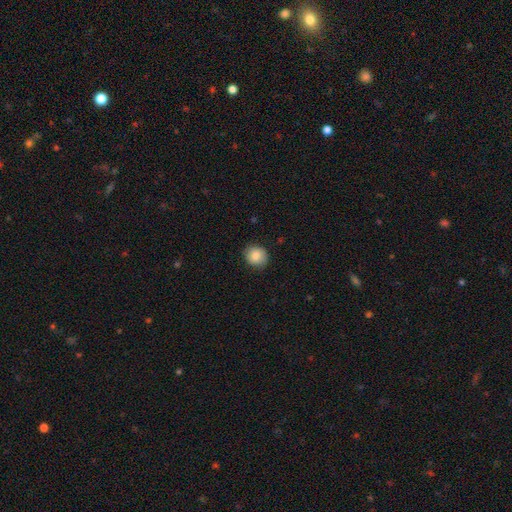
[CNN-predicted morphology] smooth-or-featured: smooth: 85% | star or artifact: 8% | featured or disk: 7%
  how-rounded: round: 79% | in between: 20% | cigar-shaped: 1%
  merging: none: 86% | minor disturbance: 11% | major disturbance: 2% | merger: 1%